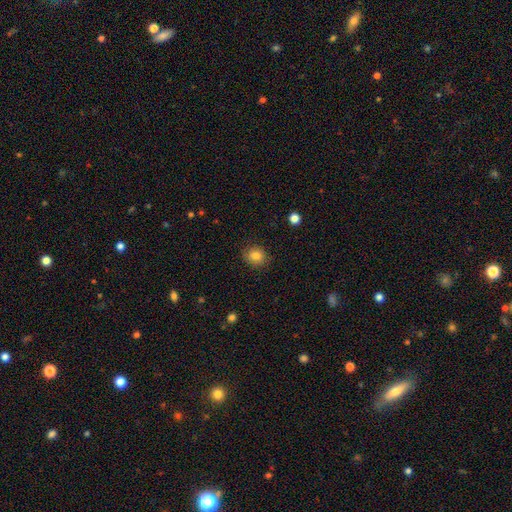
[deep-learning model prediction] Overall: smooth (82%). How rounded: round (74%). Merging: none (87%).